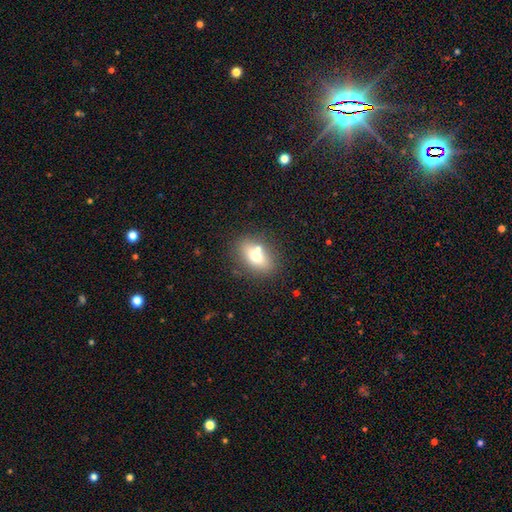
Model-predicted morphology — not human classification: This appears to be a smooth galaxy with no disk features (68%) that is in between round and cigar-shaped (78%). Merging: none (69%).